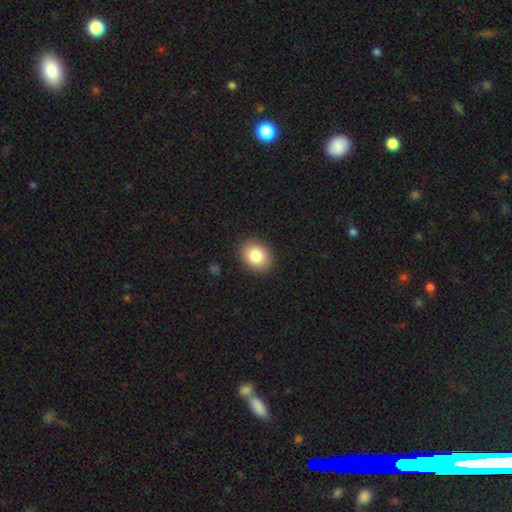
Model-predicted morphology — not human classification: Overall: smooth (83%). How rounded: in between (55%; round 44%). Merging: none (89%).